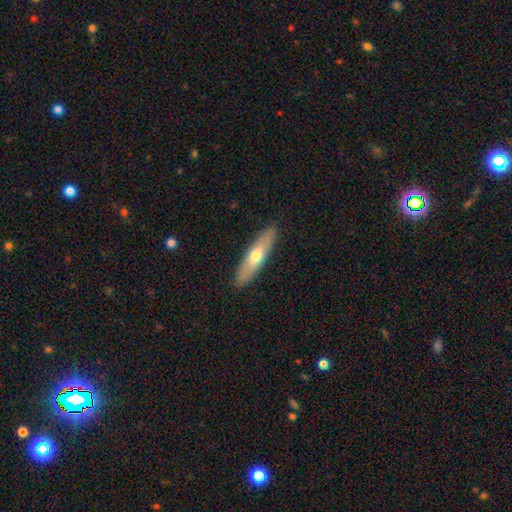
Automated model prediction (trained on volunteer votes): Q: Smooth or featured?
A: smooth (55%); runner-up: featured or disk (40%)
Q: How rounded?
A: cigar-shaped (70%); runner-up: in between (28%)
Q: Merging?
A: none (90%); runner-up: minor disturbance (8%)